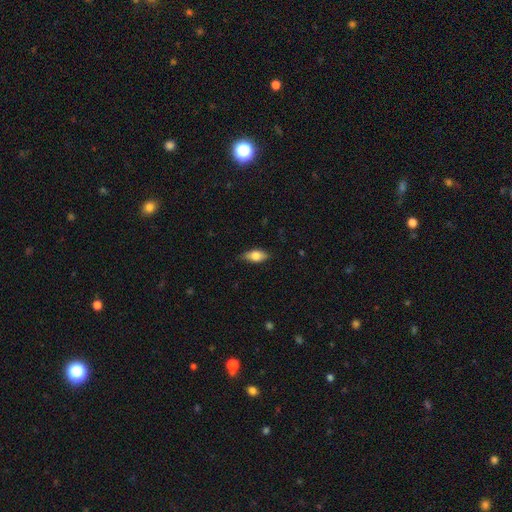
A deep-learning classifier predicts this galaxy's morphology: The model was most divided on "smooth or featured": smooth: 73%, featured or disk: 20%, star or artifact: 7%. More confident: how rounded — in between (85%); merging — none (79%).